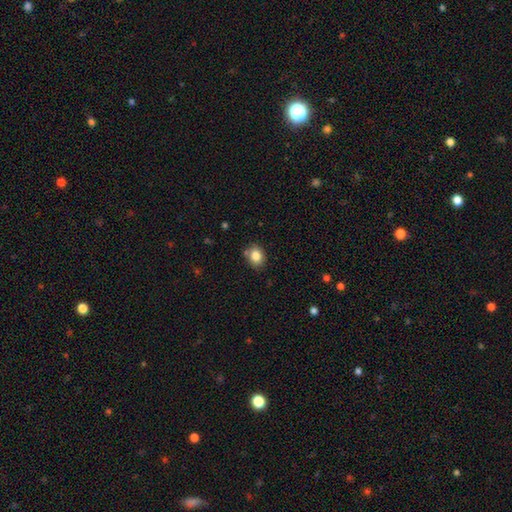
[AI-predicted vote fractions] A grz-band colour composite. It shows a smooth galaxy with no disk features (83%) that is round (50%). Merging: none (78%).